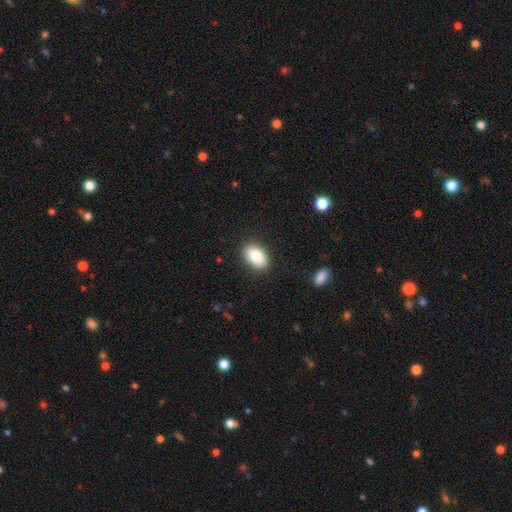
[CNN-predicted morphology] Smooth or featured? smooth (86%)
How rounded? in between (89%)
Merging? none (87%)